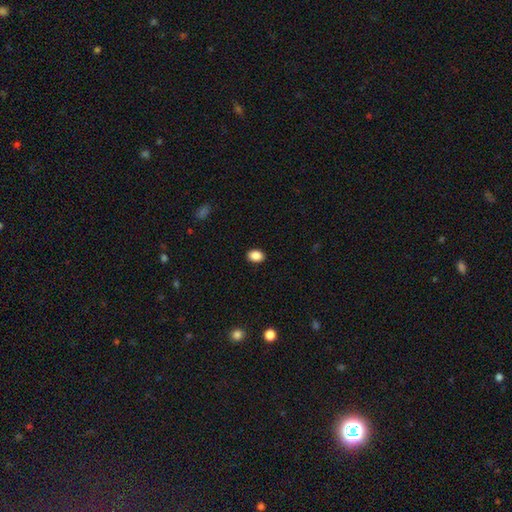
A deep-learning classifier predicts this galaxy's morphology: smooth_or_featured: smooth (p=0.88) [alt: star or artifact p=0.09]
how_rounded: in between (p=0.71) [alt: round p=0.28]
merging: none (p=0.90) [alt: minor disturbance p=0.07]